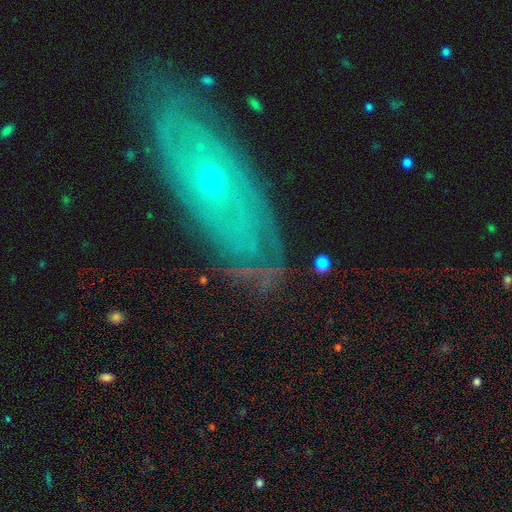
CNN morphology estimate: Overall: featured or disk (76%). Edge-on disk: no (87%). Bar: no (85%). Spiral arms: yes (81%). Spiral arm count: can't tell (54%; 2 17%). Spiral winding: tight (76%). Bulge size: small (73%). Merging: none (77%).